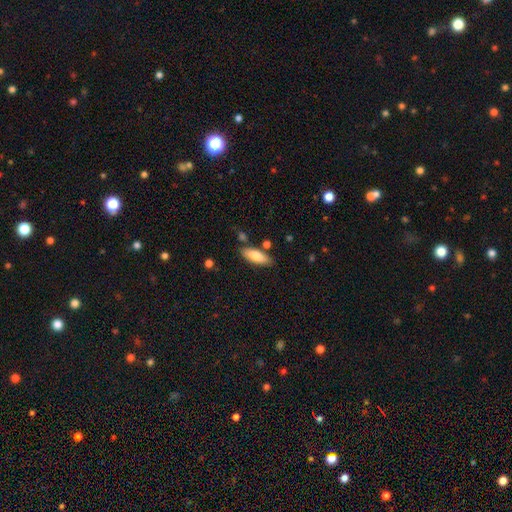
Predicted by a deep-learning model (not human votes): A smooth galaxy with no disk features (80%) that is in between round and cigar-shaped (73%).

Vote fractions:
- Smooth or featured? smooth: 80% / featured or disk: 14% / star or artifact: 6%
- How rounded? in between: 73% / cigar-shaped: 25% / round: 2%
- Merging? none: 79% / minor disturbance: 13% / merger: 6% / major disturbance: 3%